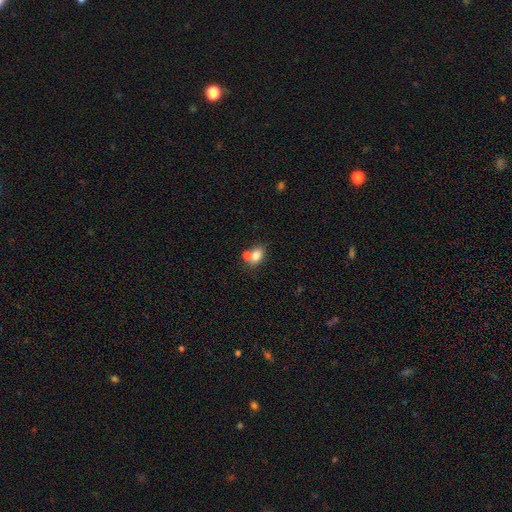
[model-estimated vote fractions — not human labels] Smooth or featured? smooth (80%)
How rounded? in between (79%)
Merging? none (47%)